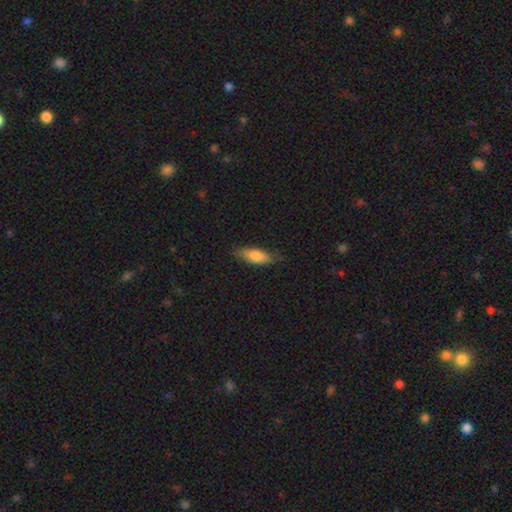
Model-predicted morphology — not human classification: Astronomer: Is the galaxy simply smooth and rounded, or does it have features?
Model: smooth — 76%.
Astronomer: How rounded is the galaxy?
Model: in between — 65%.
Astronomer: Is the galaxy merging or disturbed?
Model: none — 74%.